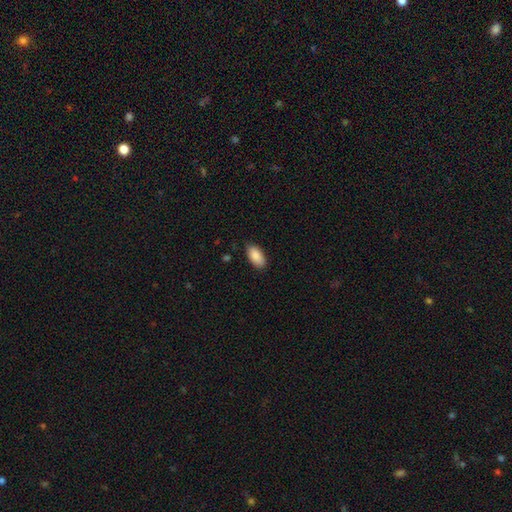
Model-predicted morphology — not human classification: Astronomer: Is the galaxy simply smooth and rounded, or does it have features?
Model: smooth — 89%.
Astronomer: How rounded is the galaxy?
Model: in between — 94%.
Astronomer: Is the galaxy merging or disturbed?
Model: none — 85%.